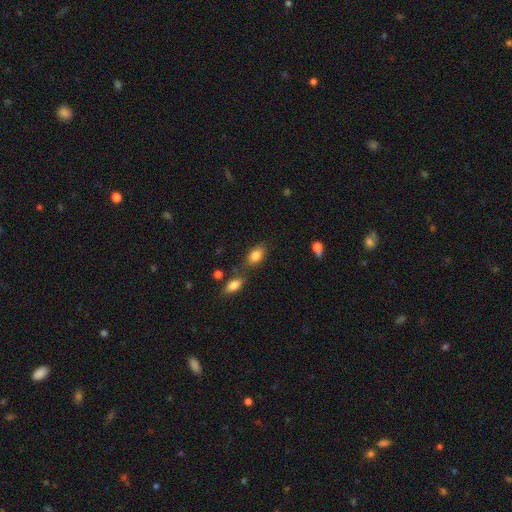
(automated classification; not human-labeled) Q: Smooth or featured?
A: smooth (83%); runner-up: featured or disk (8%)
Q: How rounded?
A: in between (86%); runner-up: round (11%)
Q: Merging?
A: none (71%); runner-up: minor disturbance (15%)